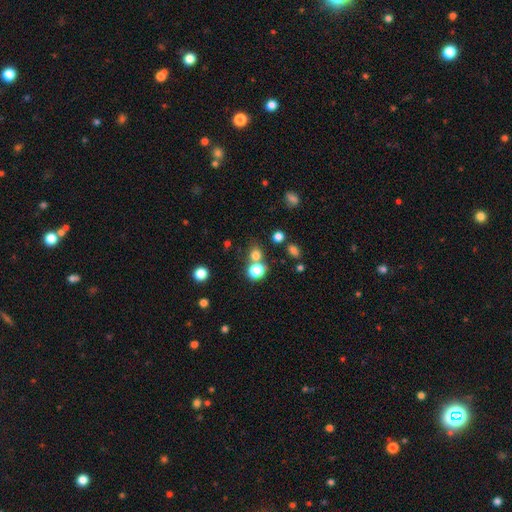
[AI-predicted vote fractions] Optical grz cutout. It shows a smooth galaxy with no disk features (74%) that is round (83%). Merging: none (61%).